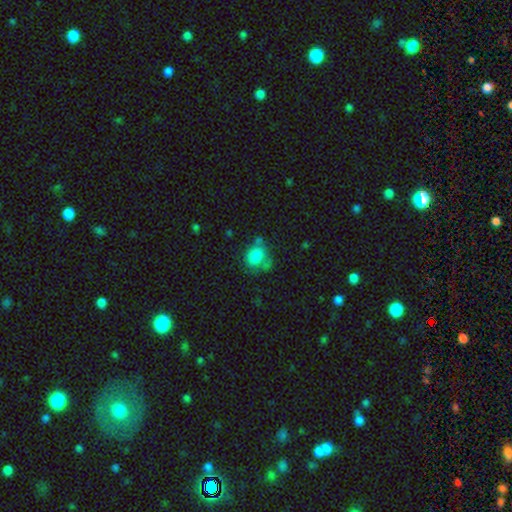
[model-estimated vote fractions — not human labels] A smooth galaxy with no disk features (79%) that is round (61%).

Vote fractions:
- Smooth or featured? smooth: 79% / featured or disk: 11% / star or artifact: 10%
- How rounded? round: 61% / in between: 38% / cigar-shaped: 1%
- Merging? none: 46% / minor disturbance: 25% / merger: 15% / major disturbance: 14%